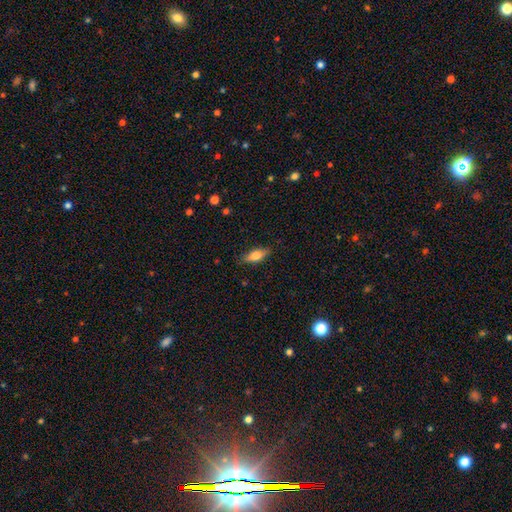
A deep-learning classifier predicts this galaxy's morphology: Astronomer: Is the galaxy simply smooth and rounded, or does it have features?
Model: smooth — 75%.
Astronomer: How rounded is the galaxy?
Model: in between — 68%.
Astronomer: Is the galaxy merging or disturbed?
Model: none — 84%.